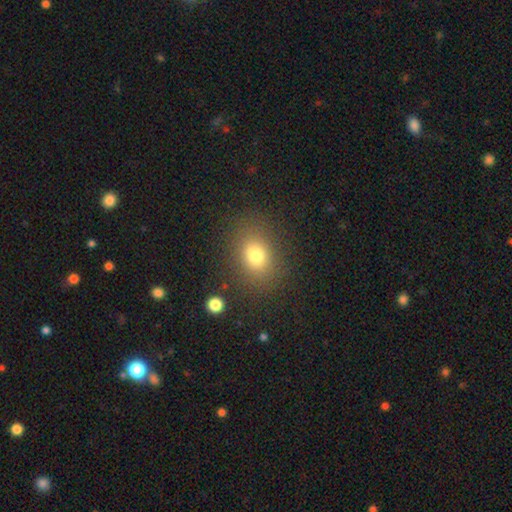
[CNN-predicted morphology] The model was most divided on "how rounded": in between: 58%, round: 40%, cigar-shaped: 1%. More confident: merging — none (82%); smooth or featured — smooth (76%).